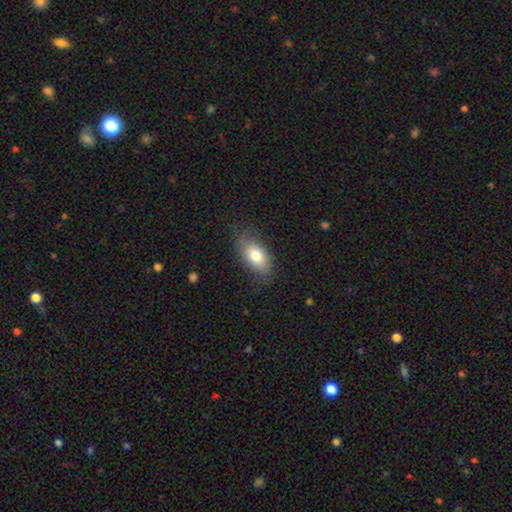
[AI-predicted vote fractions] Smooth or featured?
  - smooth: 76% *
  - featured or disk: 17%
  - star or artifact: 7%
How rounded?
  - in between: 90% *
  - round: 5%
  - cigar-shaped: 5%
Merging?
  - none: 76% *
  - minor disturbance: 18%
  - major disturbance: 5%
  - merger: 1%